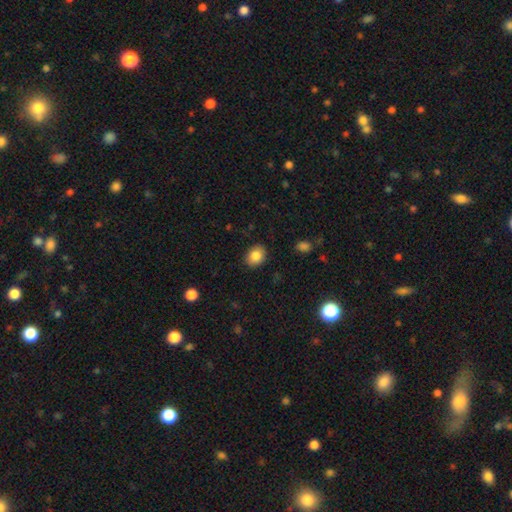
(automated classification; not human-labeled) Morphology: type=smooth (84%); roundness=in between (62%); merging=none (87%).